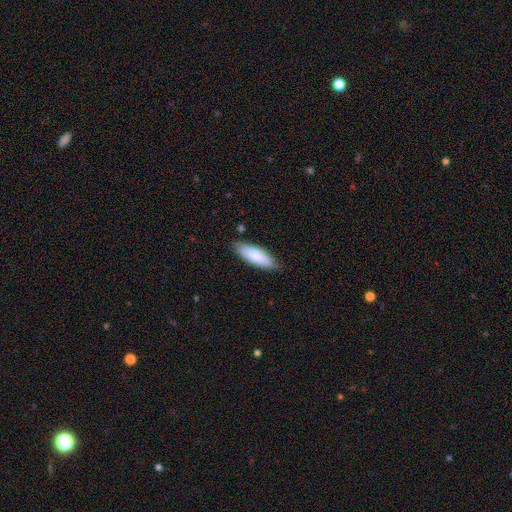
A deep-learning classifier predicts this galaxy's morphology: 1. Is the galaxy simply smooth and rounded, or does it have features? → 86% smooth, 9% featured or disk, 5% star or artifact.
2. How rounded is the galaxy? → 61% in between, 38% cigar-shaped, 1% round.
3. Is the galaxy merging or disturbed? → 84% none, 13% minor disturbance, 2% major disturbance, 1% merger.